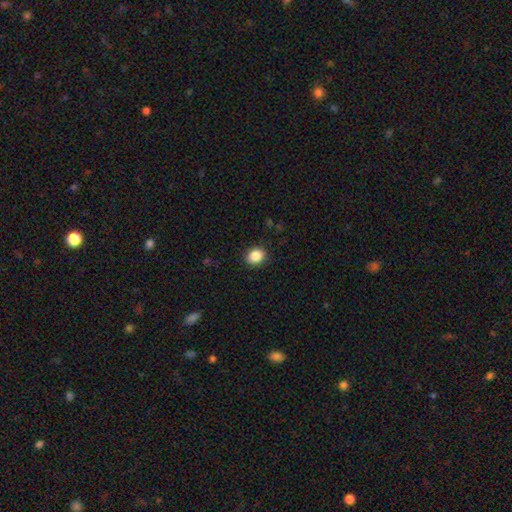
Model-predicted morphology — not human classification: type=smooth (87%); roundness=round (60%); merging=none (89%).